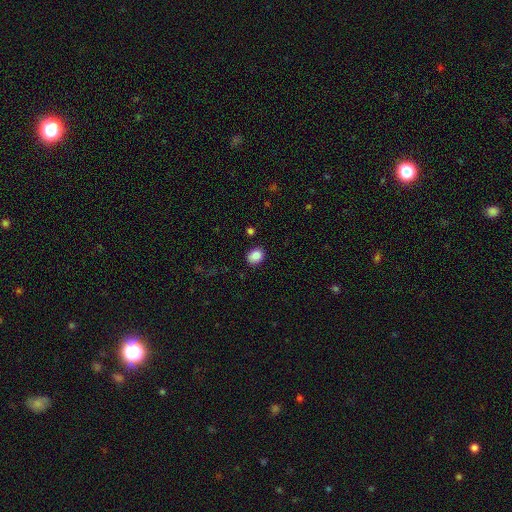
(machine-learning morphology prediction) Q: Smooth or featured?
A: smooth (87%); runner-up: star or artifact (9%)
Q: How rounded?
A: in between (51%); runner-up: round (48%)
Q: Merging?
A: none (85%); runner-up: minor disturbance (10%)